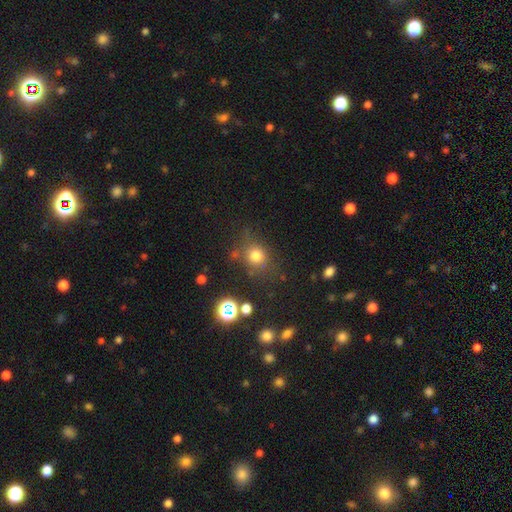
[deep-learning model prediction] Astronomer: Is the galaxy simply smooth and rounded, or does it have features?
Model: smooth — 74%.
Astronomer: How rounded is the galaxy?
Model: round — 81%.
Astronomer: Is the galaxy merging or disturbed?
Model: none — 71%.